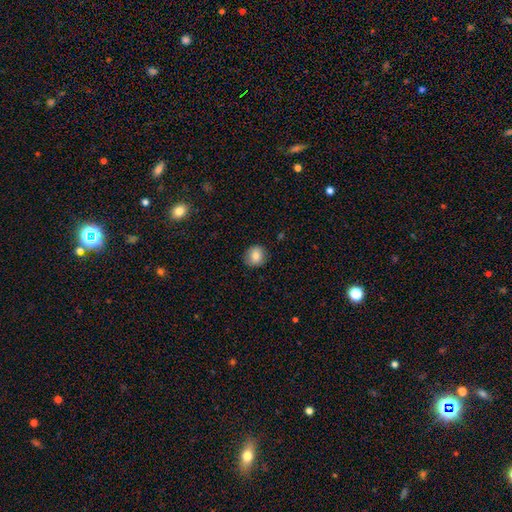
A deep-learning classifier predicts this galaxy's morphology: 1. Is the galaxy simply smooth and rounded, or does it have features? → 82% smooth, 9% star or artifact, 9% featured or disk.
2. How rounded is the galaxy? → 83% round, 16% in between, 1% cigar-shaped.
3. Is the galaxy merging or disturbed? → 87% none, 9% minor disturbance, 2% major disturbance, 1% merger.